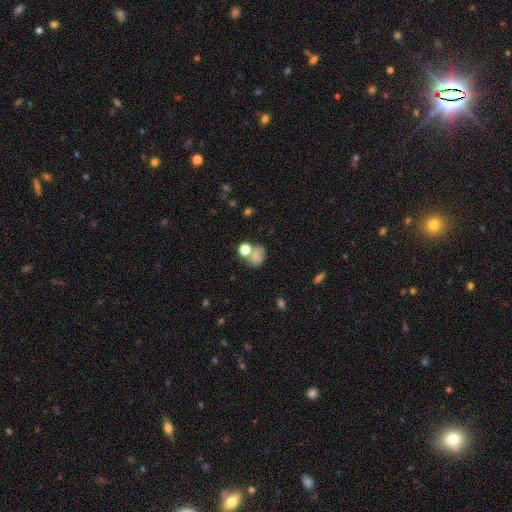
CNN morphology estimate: This is likely a smooth galaxy (72%). How rounded: possibly round (56%). Merging: marginally none (42%).